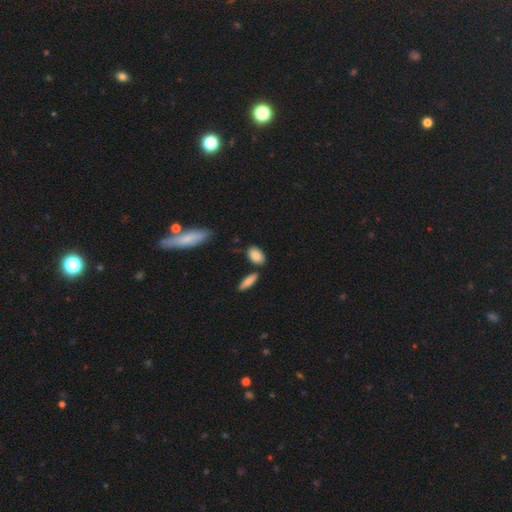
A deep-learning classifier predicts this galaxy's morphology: This is clearly a smooth galaxy (86%). How rounded: clearly in between (89%). Merging: likely none (74%).